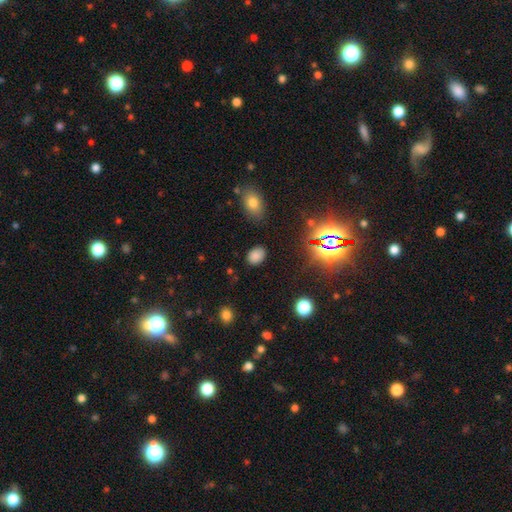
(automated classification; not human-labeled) Smooth or featured?
  - smooth: 77% *
  - star or artifact: 17%
  - featured or disk: 6%
How rounded?
  - in between: 77% *
  - round: 22%
  - cigar-shaped: 1%
Merging?
  - none: 85% *
  - minor disturbance: 10%
  - major disturbance: 3%
  - merger: 2%